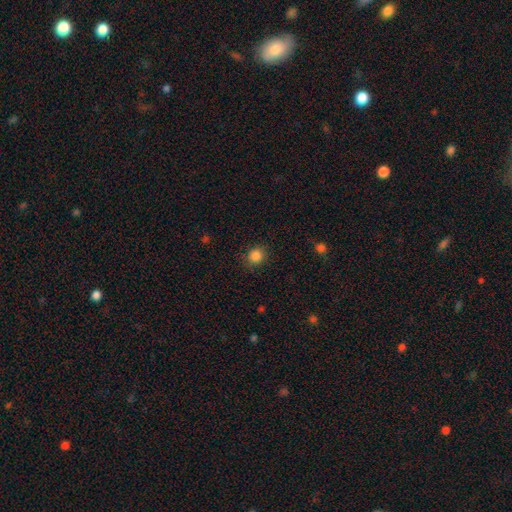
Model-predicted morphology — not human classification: This is clearly a smooth galaxy (86%). How rounded: clearly round (84%). Merging: clearly none (87%).